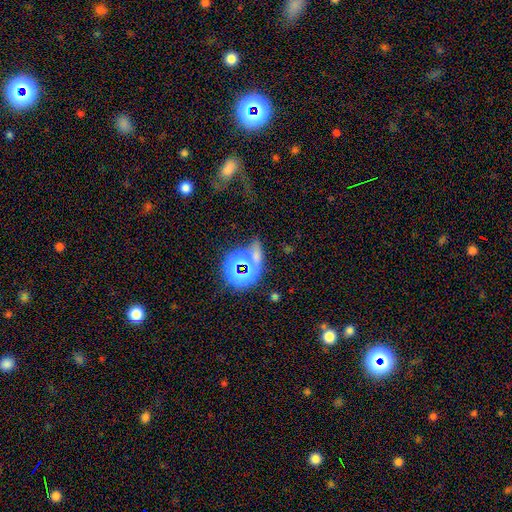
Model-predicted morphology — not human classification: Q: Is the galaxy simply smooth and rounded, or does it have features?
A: star or artifact — 56%.